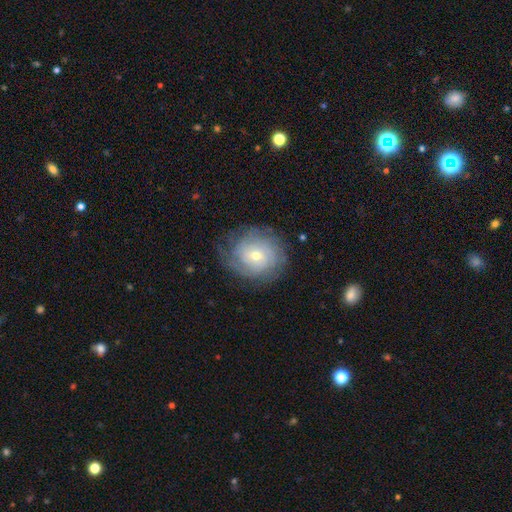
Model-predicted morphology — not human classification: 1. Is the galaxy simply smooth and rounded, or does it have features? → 68% featured or disk, 24% smooth, 8% star or artifact.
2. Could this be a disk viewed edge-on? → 97% no, 3% yes.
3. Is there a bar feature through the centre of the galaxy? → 68% no, 27% weak, 5% strong.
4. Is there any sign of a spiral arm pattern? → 88% yes, 12% no.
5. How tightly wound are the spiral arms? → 70% tight, 22% medium, 8% loose.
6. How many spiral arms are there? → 51% can't tell, 14% 2, 11% 3, 11% 4, 7% more than 4, 5% 1.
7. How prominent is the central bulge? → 58% small, 38% moderate, 2% large, 1% none, 1% dominant.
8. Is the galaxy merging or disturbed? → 74% none, 17% minor disturbance, 8% major disturbance, 1% merger.